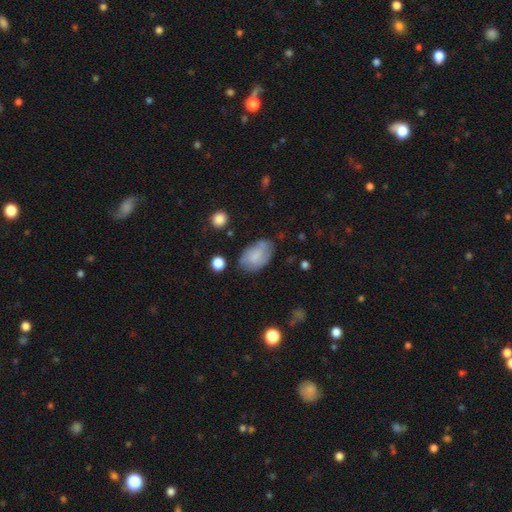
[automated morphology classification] Smooth or featured?
  - smooth: 61% *
  - featured or disk: 31%
  - star or artifact: 8%
How rounded?
  - in between: 89% *
  - round: 10%
  - cigar-shaped: 2%
Merging?
  - none: 64% *
  - minor disturbance: 25%
  - major disturbance: 8%
  - merger: 3%